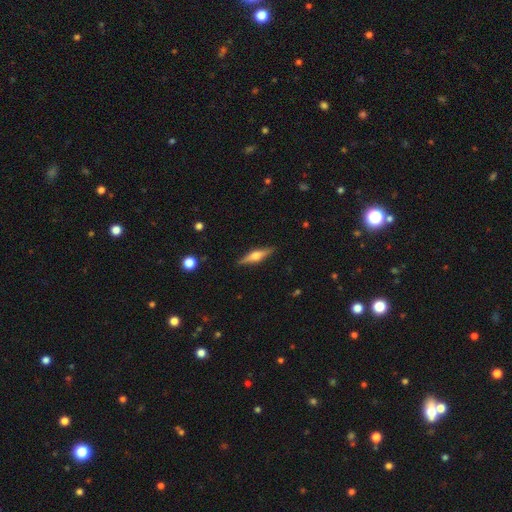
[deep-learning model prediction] Q: Smooth or featured?
A: featured or disk (68%); runner-up: smooth (26%)
Q: Edge-on disk?
A: yes (96%); runner-up: no (4%)
Q: Edge-on bulge?
A: rounded (92%); runner-up: boxy (5%)
Q: Merging?
A: none (89%); runner-up: minor disturbance (8%)